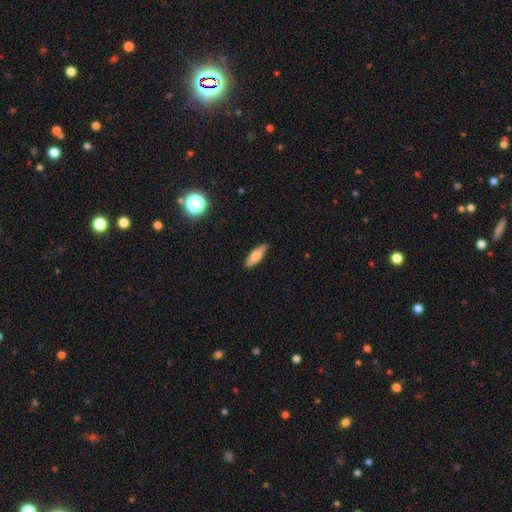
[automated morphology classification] Overall: smooth (77%). How rounded: in between (52%; cigar-shaped 46%). Merging: none (88%).